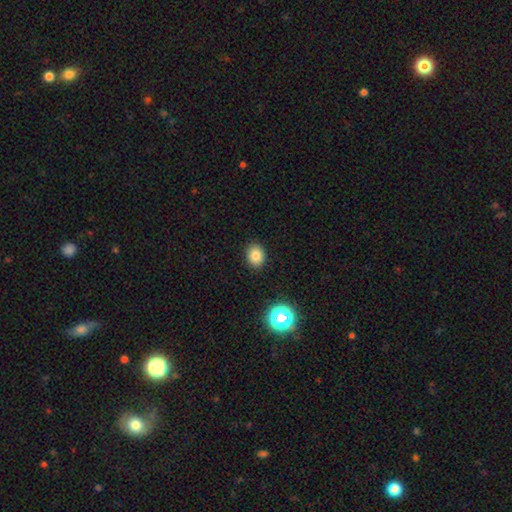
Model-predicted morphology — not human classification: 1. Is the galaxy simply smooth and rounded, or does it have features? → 81% smooth, 13% star or artifact, 7% featured or disk.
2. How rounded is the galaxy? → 53% round, 46% in between, 1% cigar-shaped.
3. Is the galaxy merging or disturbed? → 90% none, 7% minor disturbance, 2% major disturbance, 1% merger.